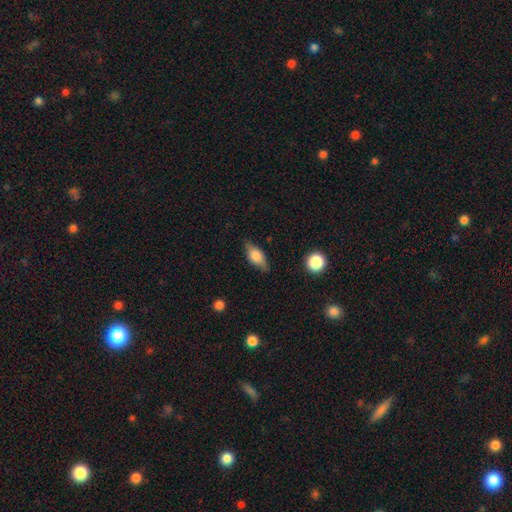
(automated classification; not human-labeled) smooth 59%, featured or disk 33%, star or artifact 8%. Down the decision tree: how rounded — in between (77%); merging — none (78%).